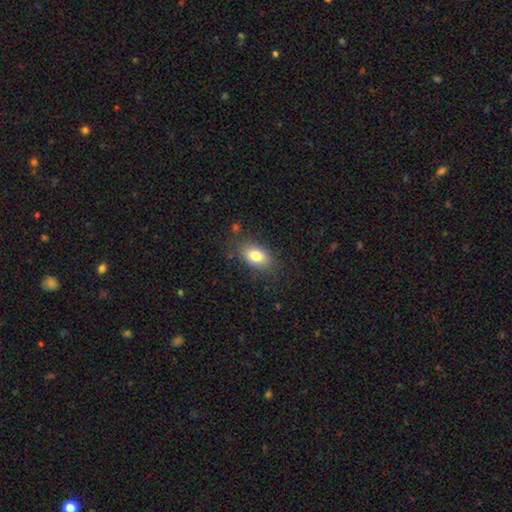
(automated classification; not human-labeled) Smooth or featured: smooth — 80% (featured or disk — 11%)
How rounded: in between — 86% (round — 12%)
Merging: none — 81% (minor disturbance — 13%)